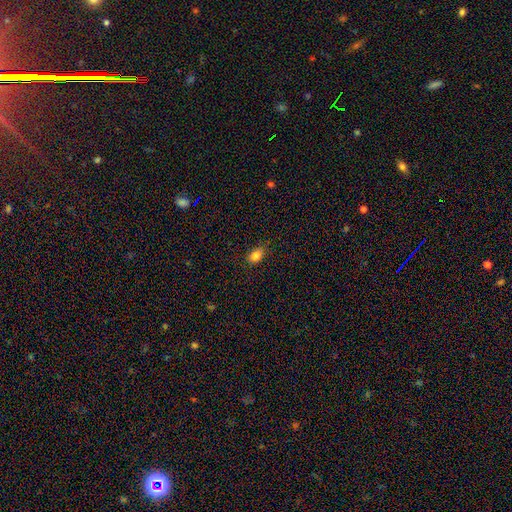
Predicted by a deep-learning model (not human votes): smooth-or-featured: smooth: 84% | star or artifact: 10% | featured or disk: 6%
  how-rounded: in between: 83% | round: 15% | cigar-shaped: 2%
  merging: none: 82% | minor disturbance: 14% | major disturbance: 3% | merger: 1%